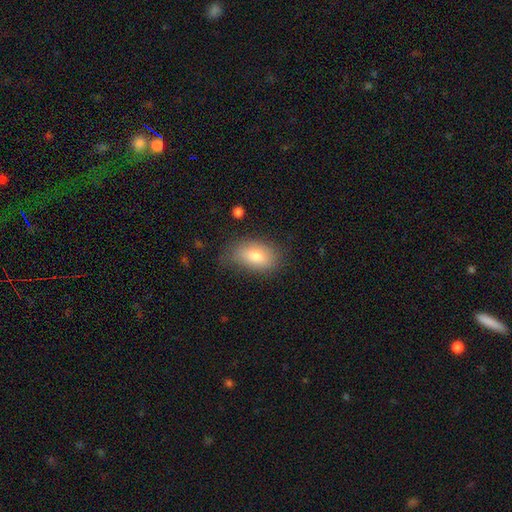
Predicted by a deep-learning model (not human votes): Smooth or featured? smooth (78%)
How rounded? in between (88%)
Merging? none (73%)